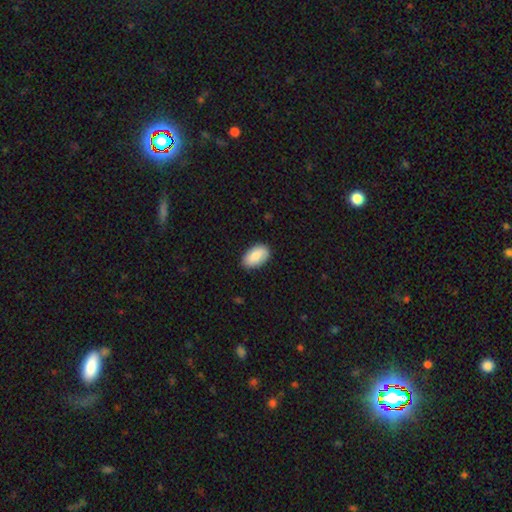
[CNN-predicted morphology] Q: Smooth or featured?
A: smooth (84%); runner-up: featured or disk (10%)
Q: How rounded?
A: in between (94%); runner-up: round (4%)
Q: Merging?
A: none (84%); runner-up: minor disturbance (12%)